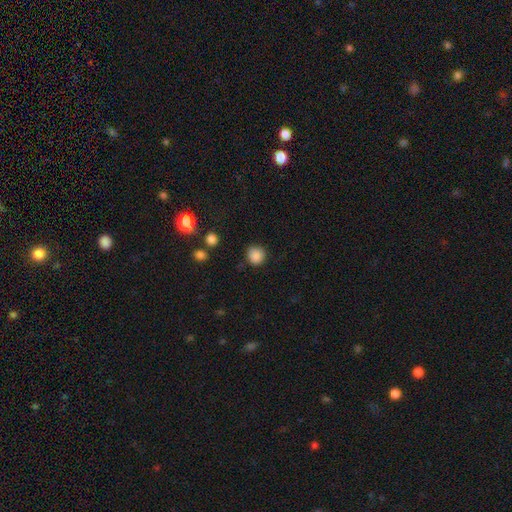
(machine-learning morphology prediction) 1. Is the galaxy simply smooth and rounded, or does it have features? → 86% smooth, 11% star or artifact, 3% featured or disk.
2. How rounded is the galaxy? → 89% round, 10% in between, 1% cigar-shaped.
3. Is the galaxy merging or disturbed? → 82% none, 13% minor disturbance, 3% major disturbance, 2% merger.